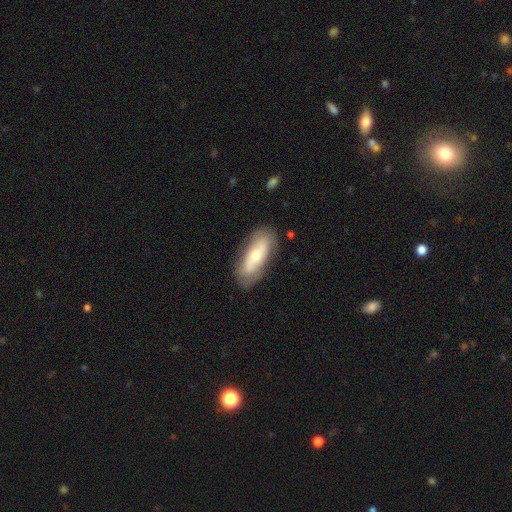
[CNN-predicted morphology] Smooth or featured: smooth — 55% (featured or disk — 39%)
How rounded: in between — 72% (cigar-shaped — 25%)
Merging: none — 79% (minor disturbance — 15%)